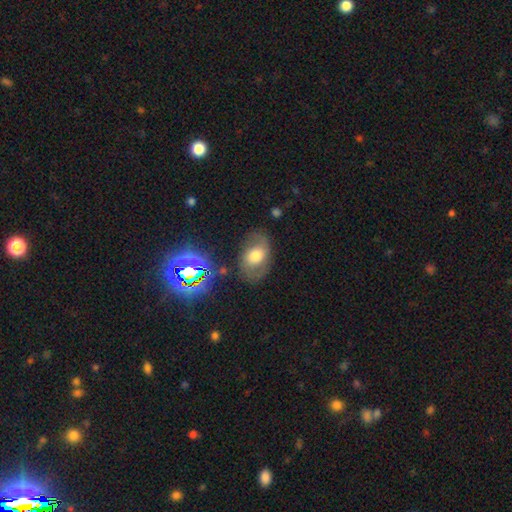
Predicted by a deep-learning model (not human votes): This appears to be a featured or disk galaxy (47%). Merging: none (67%).